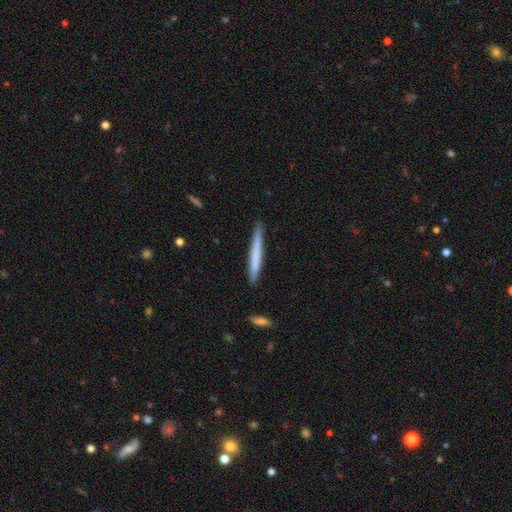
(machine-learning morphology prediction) Smooth or featured? Predicted: smooth (p=0.65). How rounded? Predicted: cigar-shaped (p=0.97). Merging? Predicted: none (p=0.88).